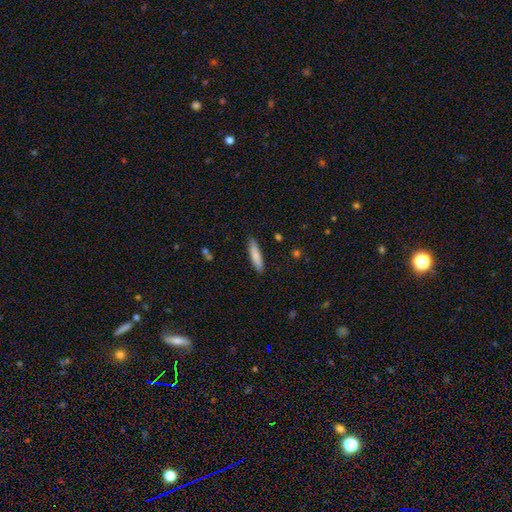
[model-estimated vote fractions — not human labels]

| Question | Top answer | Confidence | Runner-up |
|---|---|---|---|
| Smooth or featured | smooth | 82% | featured or disk (13%) |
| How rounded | cigar-shaped | 80% | in between (18%) |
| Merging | none | 87% | minor disturbance (10%) |